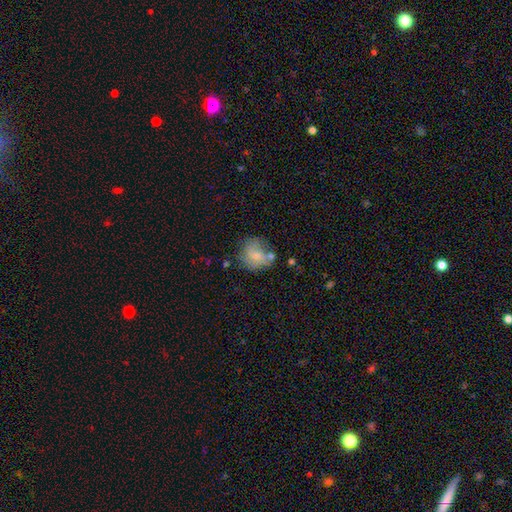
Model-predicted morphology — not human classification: Overall: smooth (68%). How rounded: round (69%; in between 30%). Merging: none (47%; minor disturbance 26%).